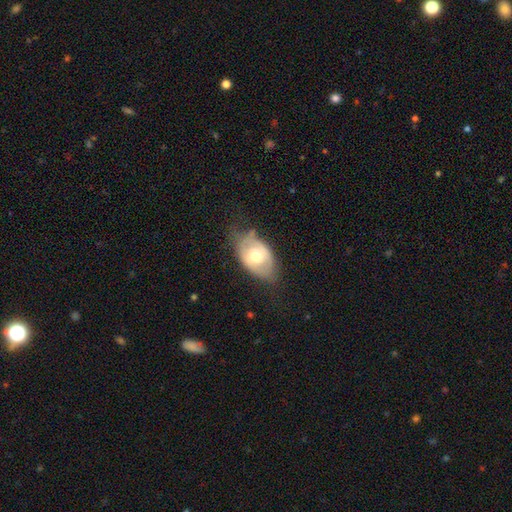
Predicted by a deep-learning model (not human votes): Smooth or featured: smooth — 50% (featured or disk — 43%)
How rounded: in between — 87% (round — 12%)
Merging: none — 56% (minor disturbance — 31%)